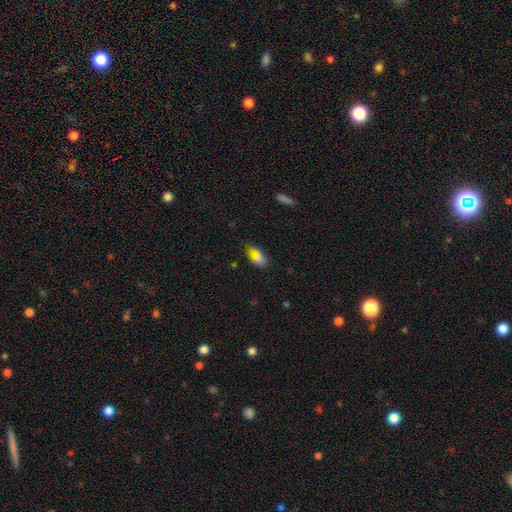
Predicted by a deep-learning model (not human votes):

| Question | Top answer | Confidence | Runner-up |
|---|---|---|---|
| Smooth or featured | smooth | 68% | star or artifact (20%) |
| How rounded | in between | 90% | round (5%) |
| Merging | none | 70% | minor disturbance (21%) |